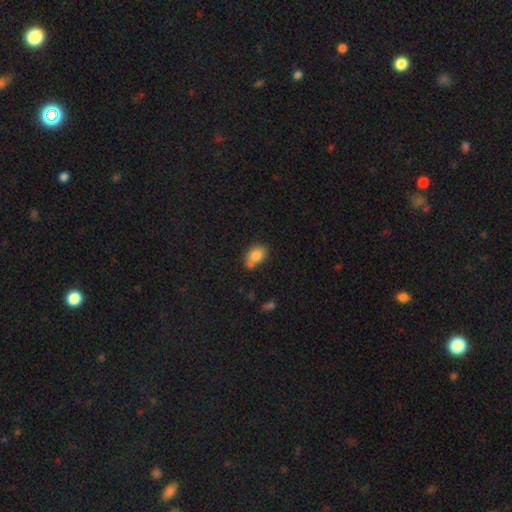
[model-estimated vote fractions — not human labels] A smooth galaxy with no disk features (82%) that is in between round and cigar-shaped (69%).

Vote fractions:
- Smooth or featured? smooth: 82% / featured or disk: 9% / star or artifact: 9%
- How rounded? in between: 69% / round: 30% / cigar-shaped: 1%
- Merging? none: 52% / merger: 26% / minor disturbance: 17% / major disturbance: 4%